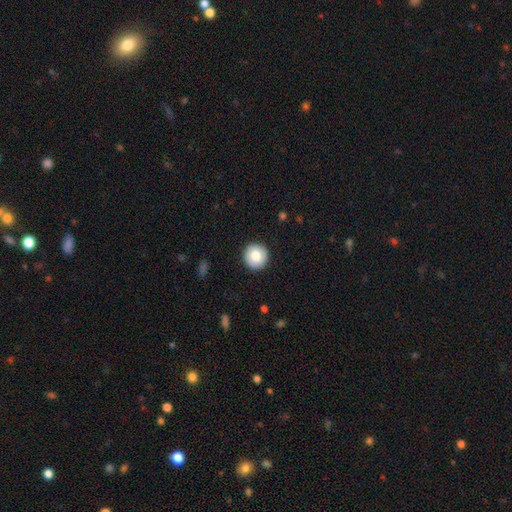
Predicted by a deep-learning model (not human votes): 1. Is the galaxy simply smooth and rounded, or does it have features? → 78% smooth, 14% featured or disk, 7% star or artifact.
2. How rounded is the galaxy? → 94% round, 5% in between, 1% cigar-shaped.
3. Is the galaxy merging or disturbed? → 91% none, 6% minor disturbance, 2% major disturbance, 1% merger.